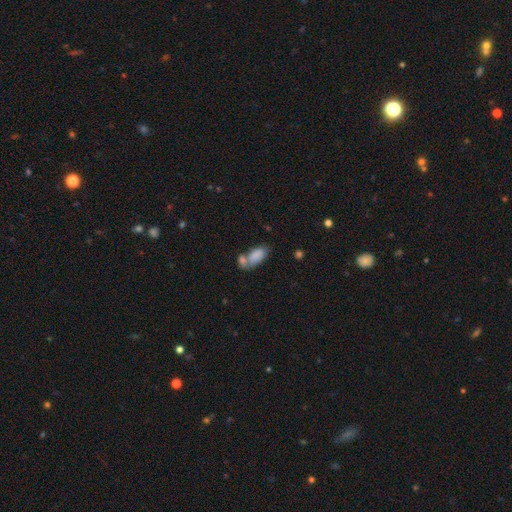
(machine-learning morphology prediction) Smooth or featured?
  - smooth: 81% *
  - featured or disk: 11%
  - star or artifact: 8%
How rounded?
  - in between: 92% *
  - round: 4%
  - cigar-shaped: 4%
Merging?
  - merger: 46% *
  - none: 35%
  - minor disturbance: 13%
  - major disturbance: 6%